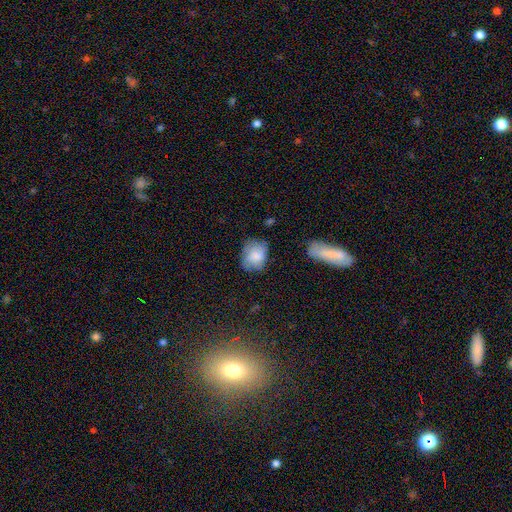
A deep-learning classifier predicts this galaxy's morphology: Smooth or featured? Predicted: smooth (p=0.77). How rounded? Predicted: in between (p=0.52). Merging? Predicted: none (p=0.63).